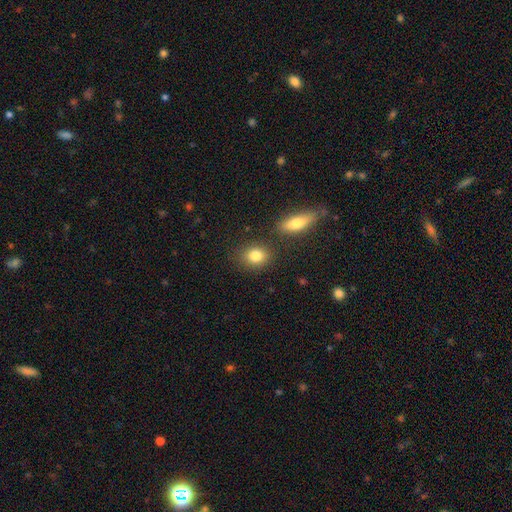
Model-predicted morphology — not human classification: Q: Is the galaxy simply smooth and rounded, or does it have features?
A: smooth — 83%.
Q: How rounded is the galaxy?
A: round — 52%.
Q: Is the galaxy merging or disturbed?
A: none — 78%.